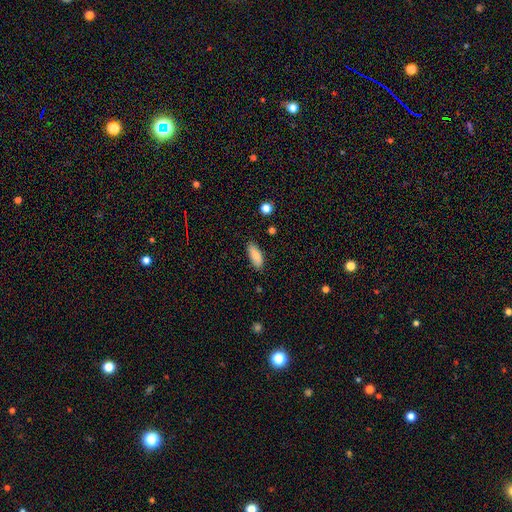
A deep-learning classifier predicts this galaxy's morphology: smooth_or_featured: smooth (p=0.86) [alt: featured or disk p=0.08]
how_rounded: in between (p=0.77) [alt: cigar-shaped p=0.21]
merging: none (p=0.85) [alt: minor disturbance p=0.11]